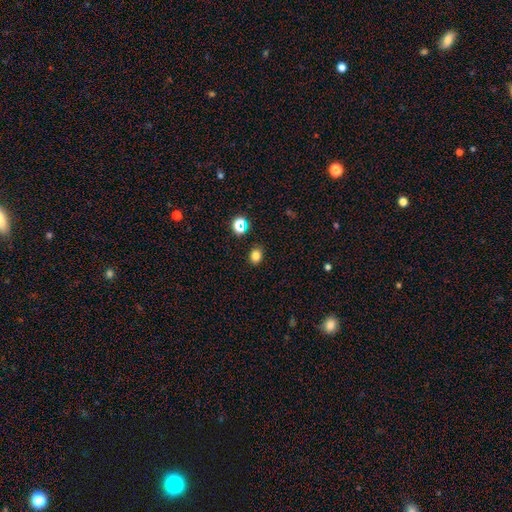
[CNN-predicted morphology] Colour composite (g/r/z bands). It shows a smooth galaxy with no disk features (80%) that is in between round and cigar-shaped (60%). Merging: none (87%).